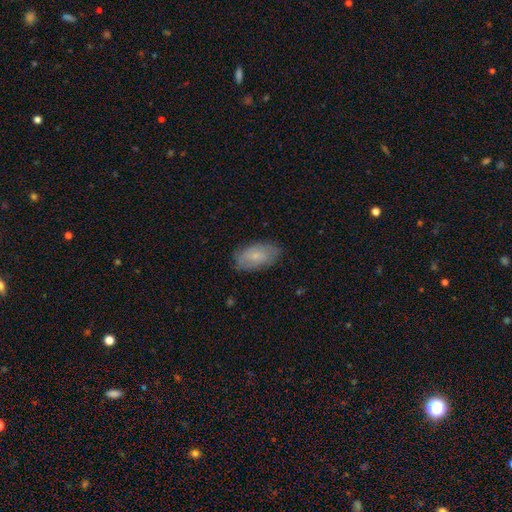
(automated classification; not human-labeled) smooth 64%, featured or disk 29%, star or artifact 7%. Down the decision tree: how rounded — in between (93%); merging — none (78%).